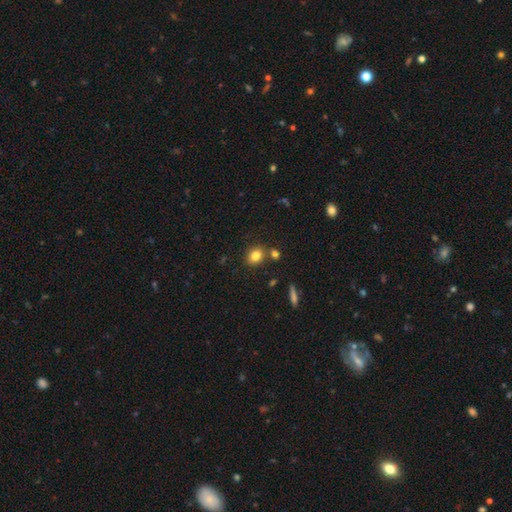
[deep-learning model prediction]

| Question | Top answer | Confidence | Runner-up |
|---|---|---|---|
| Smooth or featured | smooth | 81% | star or artifact (10%) |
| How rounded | round | 49% | tied: in between (49%) |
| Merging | none | 76% | merger (11%) |